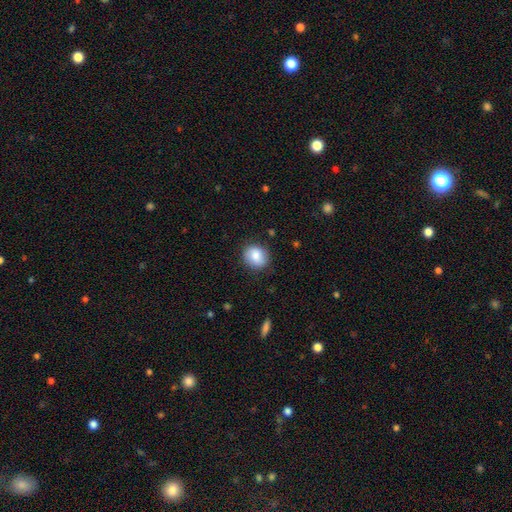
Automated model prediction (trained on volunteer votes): Morphology: type=smooth (81%); roundness=round (72%); merging=none (83%).